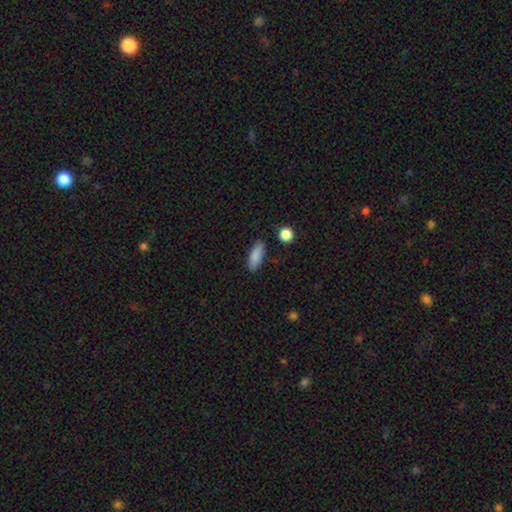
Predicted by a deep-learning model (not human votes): This appears to be a smooth galaxy with no disk features (87%) that is in between round and cigar-shaped (70%). Merging: none (85%).